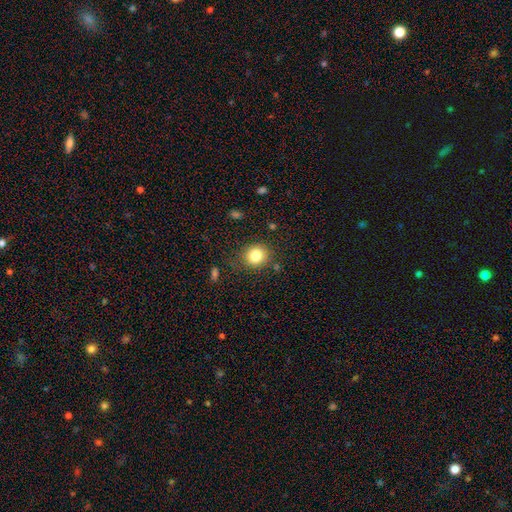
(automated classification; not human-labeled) The model was most divided on "how rounded": round: 79%, in between: 21%, cigar-shaped: 1%. More confident: merging — none (83%); smooth or featured — smooth (83%).